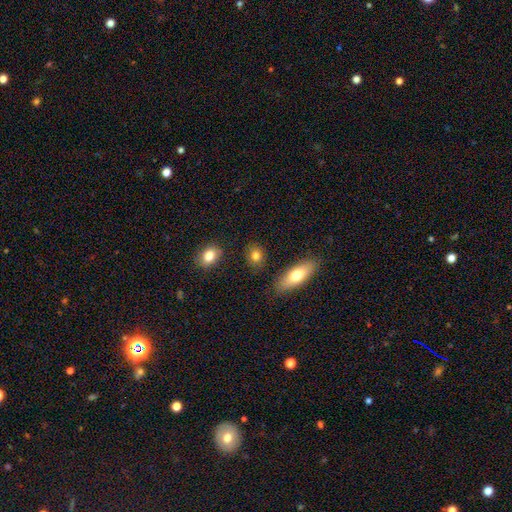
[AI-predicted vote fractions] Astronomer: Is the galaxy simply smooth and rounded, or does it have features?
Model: smooth — 82%.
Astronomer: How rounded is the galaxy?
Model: in between — 49% (runner-up: round, 47%).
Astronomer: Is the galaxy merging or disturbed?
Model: none — 85%.